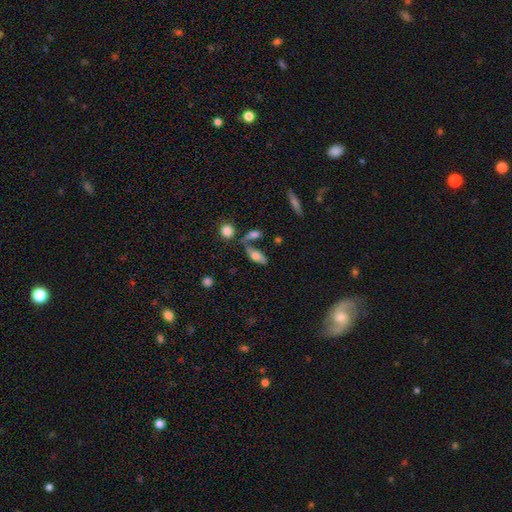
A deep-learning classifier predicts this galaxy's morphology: smooth_or_featured: smooth (p=0.61) [alt: featured or disk p=0.31]
how_rounded: in between (p=0.75) [alt: cigar-shaped p=0.21]
merging: none (p=0.48) [alt: merger p=0.24]